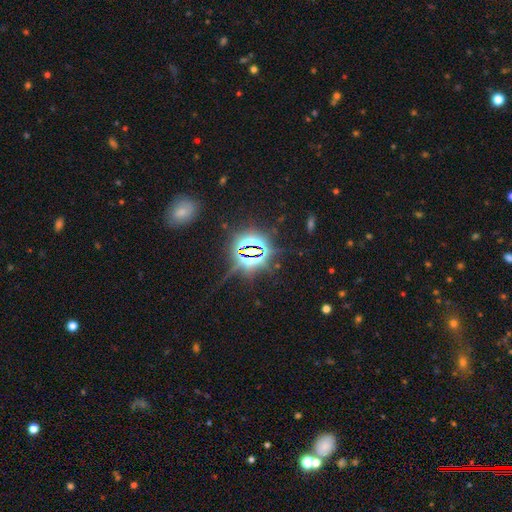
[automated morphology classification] Smooth or featured: star or artifact — 82% (smooth — 9%)